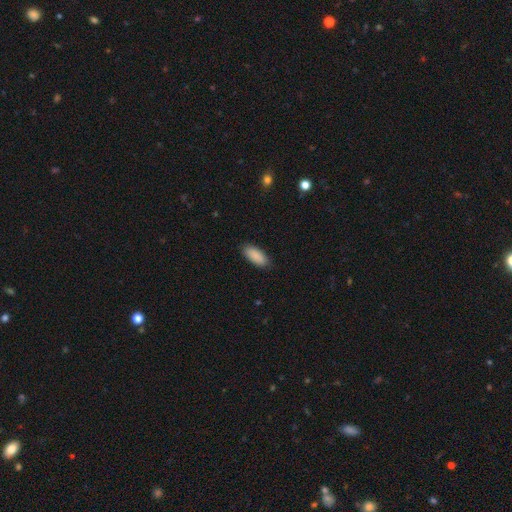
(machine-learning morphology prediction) Smooth or featured? smooth (91%)
How rounded? in between (85%)
Merging? none (88%)